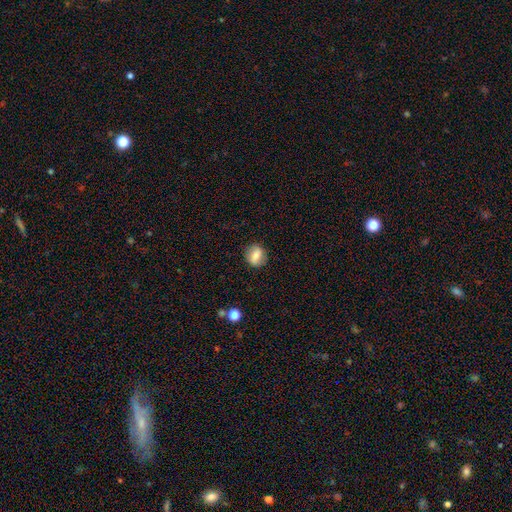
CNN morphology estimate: This is likely a smooth galaxy (68%). How rounded: likely round (63%). Merging: clearly none (84%).